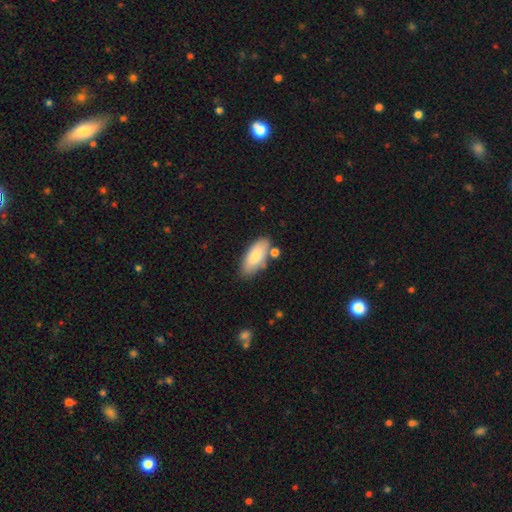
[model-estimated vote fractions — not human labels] Smooth or featured: smooth — 80% (featured or disk — 14%)
How rounded: in between — 86% (cigar-shaped — 12%)
Merging: none — 69% (minor disturbance — 16%)